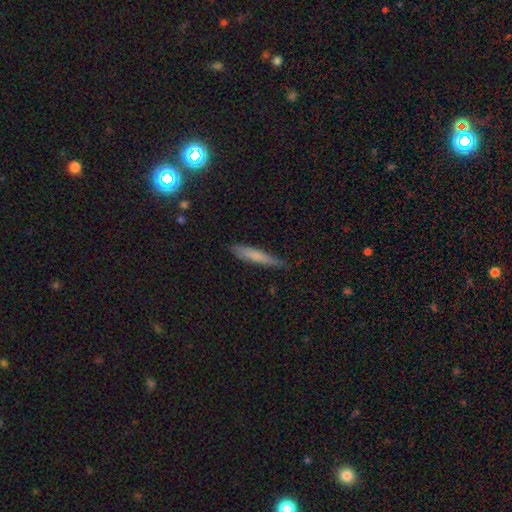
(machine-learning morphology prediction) Smooth or featured? smooth (72%)
How rounded? cigar-shaped (91%)
Merging? none (80%)